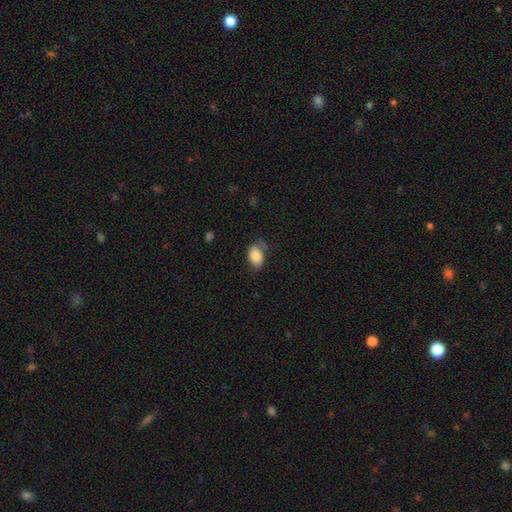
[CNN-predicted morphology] Overall: smooth (84%). How rounded: in between (86%). Merging: none (57%; minor disturbance 28%).